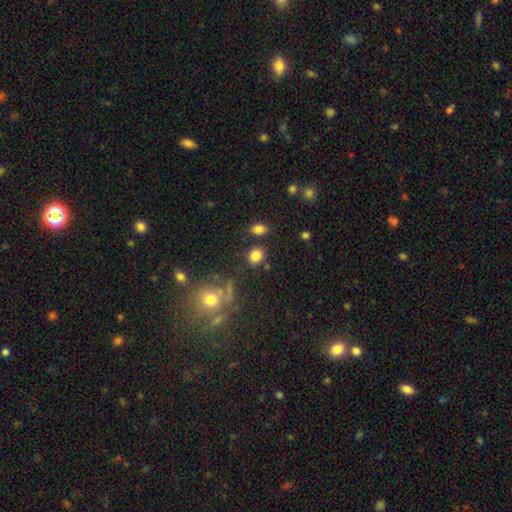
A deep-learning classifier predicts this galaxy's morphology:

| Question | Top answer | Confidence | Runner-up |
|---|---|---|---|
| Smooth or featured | smooth | 83% | star or artifact (11%) |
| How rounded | round | 64% | in between (35%) |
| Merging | none | 78% | minor disturbance (10%) |